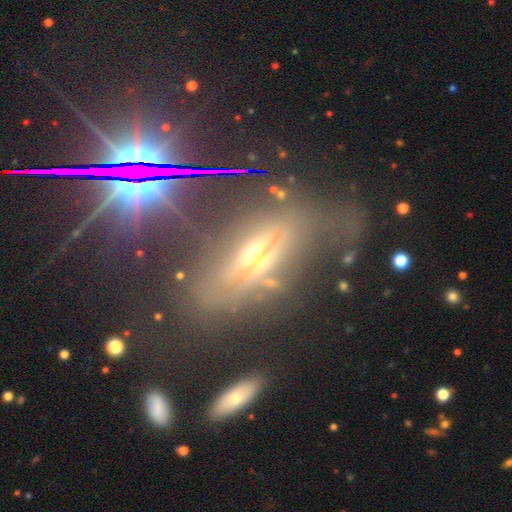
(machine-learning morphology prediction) Q: Smooth or featured?
A: featured or disk (63%); runner-up: smooth (19%)
Q: Edge-on disk?
A: yes (73%); runner-up: no (27%)
Q: Merging?
A: none (54%); runner-up: major disturbance (22%)